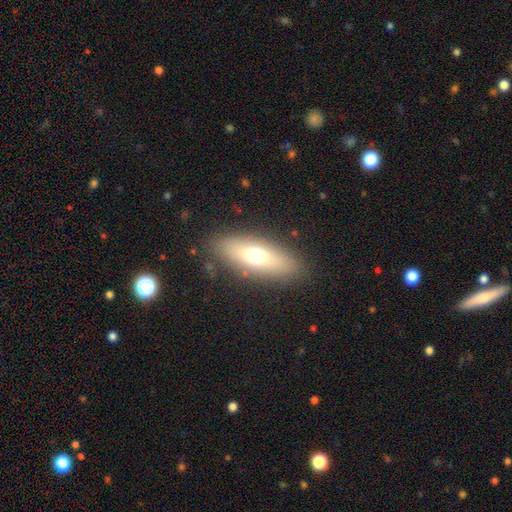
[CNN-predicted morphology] Smooth or featured? smooth (64%)
How rounded? in between (64%)
Merging? none (86%)